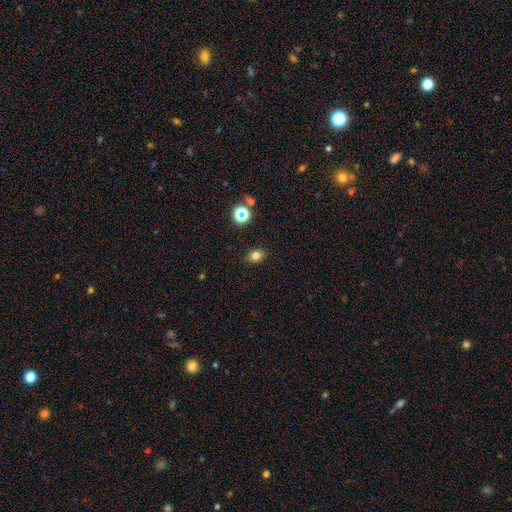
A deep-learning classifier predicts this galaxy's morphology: Smooth or featured? Predicted: smooth (p=0.77). How rounded? Predicted: in between (p=0.61). Merging? Predicted: none (p=0.87).